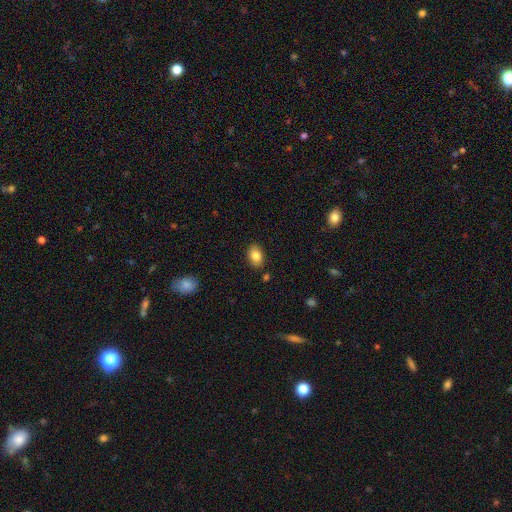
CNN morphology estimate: smooth-or-featured: smooth: 84% | featured or disk: 8% | star or artifact: 8%
  how-rounded: in between: 84% | round: 15% | cigar-shaped: 1%
  merging: none: 86% | minor disturbance: 10% | merger: 2% | major disturbance: 2%